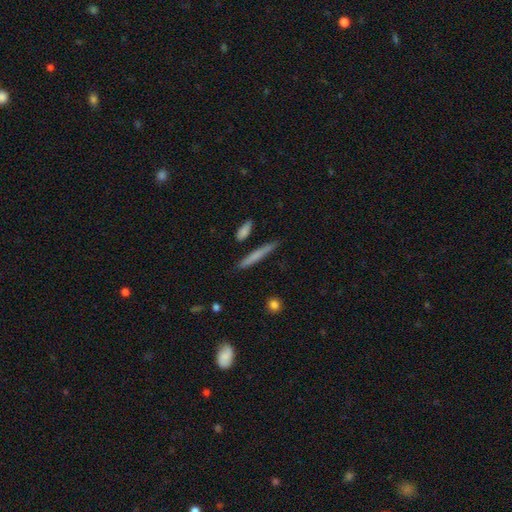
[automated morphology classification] Q: Smooth or featured?
A: smooth (65%); runner-up: featured or disk (28%)
Q: How rounded?
A: cigar-shaped (95%); runner-up: in between (3%)
Q: Merging?
A: none (86%); runner-up: minor disturbance (9%)